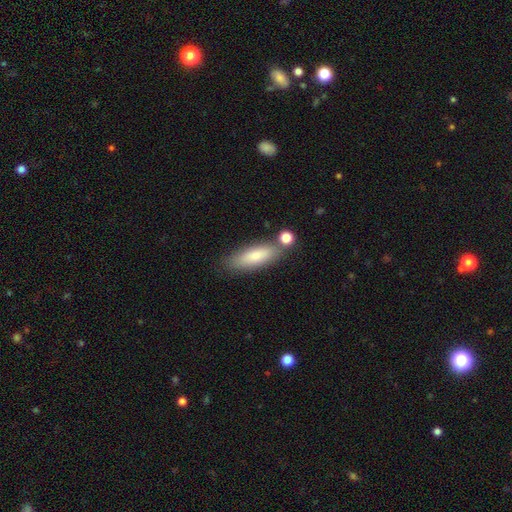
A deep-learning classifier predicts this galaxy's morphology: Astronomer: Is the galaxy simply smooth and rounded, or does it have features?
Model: smooth — 77%.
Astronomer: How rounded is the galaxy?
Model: in between — 54% (runner-up: cigar-shaped, 43%).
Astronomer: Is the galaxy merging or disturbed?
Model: none — 71%.